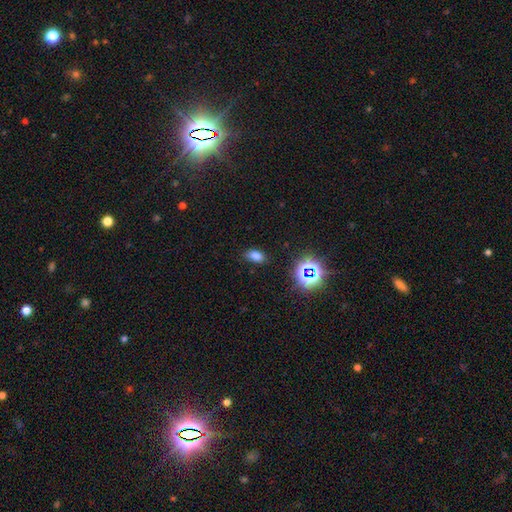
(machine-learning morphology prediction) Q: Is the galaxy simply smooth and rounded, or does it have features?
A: smooth — 74%.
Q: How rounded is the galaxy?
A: in between — 88%.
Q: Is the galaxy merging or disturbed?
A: none — 84%.